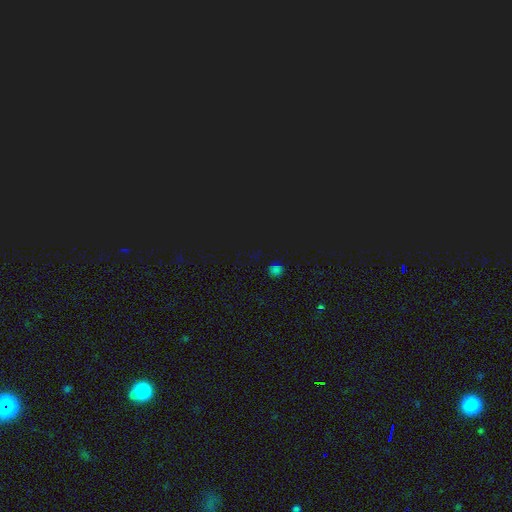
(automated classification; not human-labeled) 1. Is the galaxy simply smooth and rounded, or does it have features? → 60% star or artifact, 35% smooth, 5% featured or disk.